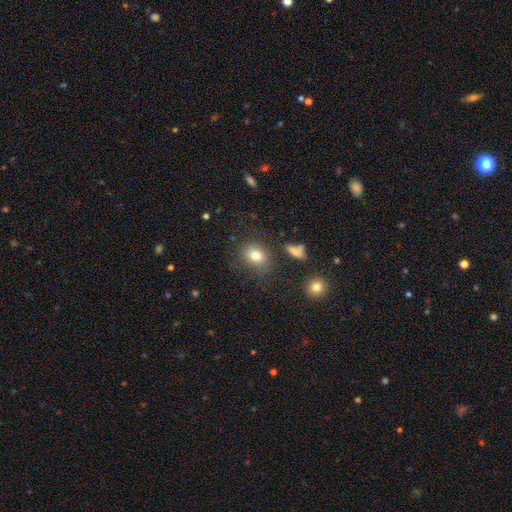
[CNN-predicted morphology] A smooth galaxy with no disk features (78%) that is in between round and cigar-shaped (53%). Merging: none (75%).